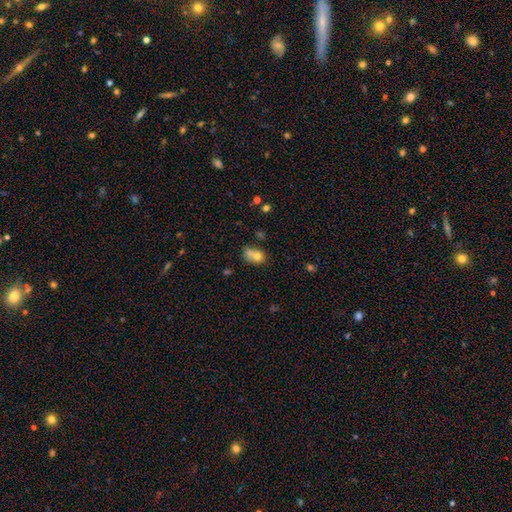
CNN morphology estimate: A smooth galaxy with no disk features (70%) that is in between round and cigar-shaped (54%). Merging: merger (52%).